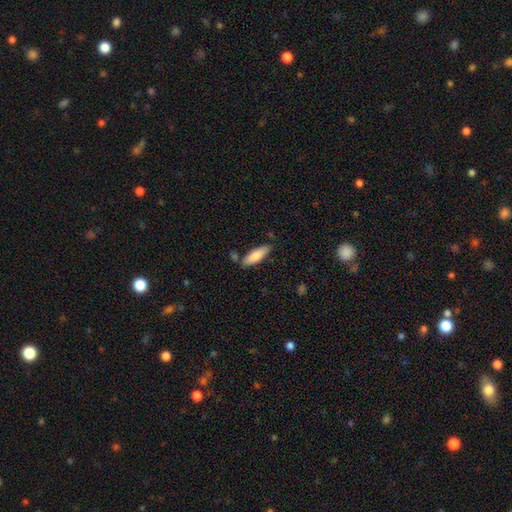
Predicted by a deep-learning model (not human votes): A smooth galaxy with no disk features (78%) that is in between round and cigar-shaped (51%).

Vote fractions:
- Smooth or featured? smooth: 78% / featured or disk: 16% / star or artifact: 6%
- How rounded? in between: 51% / cigar-shaped: 47% / round: 2%
- Merging? none: 77% / minor disturbance: 15% / merger: 5% / major disturbance: 3%